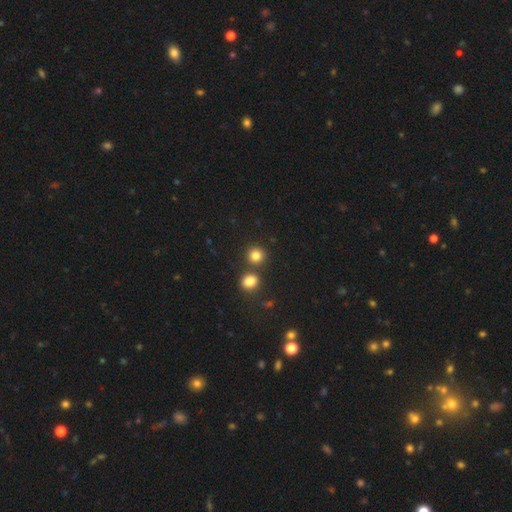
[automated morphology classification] smooth-or-featured: smooth: 82% | star or artifact: 13% | featured or disk: 6%
  how-rounded: round: 88% | in between: 11% | cigar-shaped: 1%
  merging: none: 73% | merger: 17% | minor disturbance: 7% | major disturbance: 3%